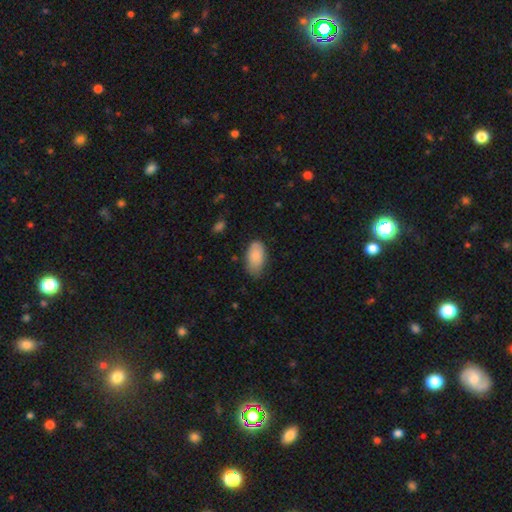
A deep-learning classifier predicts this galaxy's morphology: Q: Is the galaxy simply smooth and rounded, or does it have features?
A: smooth — 86%.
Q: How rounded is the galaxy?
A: in between — 94%.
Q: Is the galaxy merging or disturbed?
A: none — 66%.